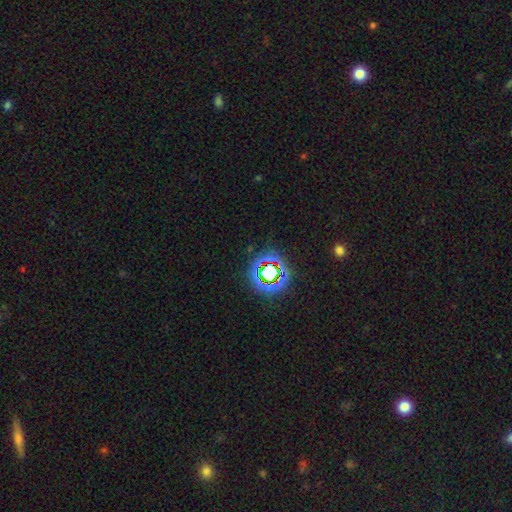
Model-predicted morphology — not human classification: star or artifact 76%, smooth 15%, featured or disk 9%.